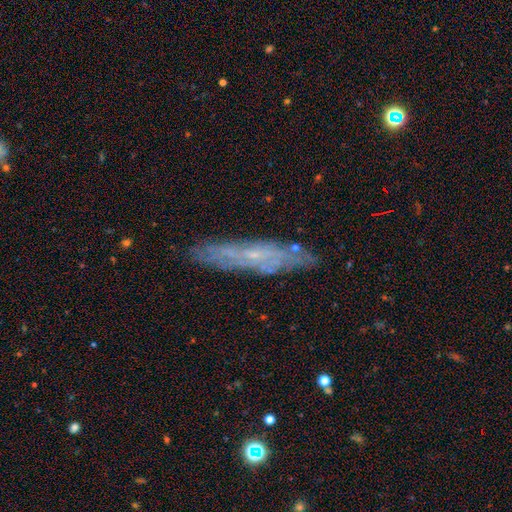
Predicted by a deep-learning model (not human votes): A featured or disk galaxy (65%) viewed edge-on (50%, tied with no). Merging: none (81%).